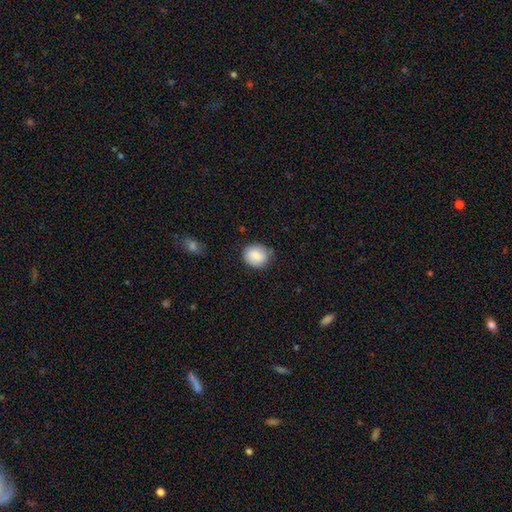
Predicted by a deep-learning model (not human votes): This appears to be a smooth galaxy with no disk features (86%) that is round (75%). Merging: none (76%).